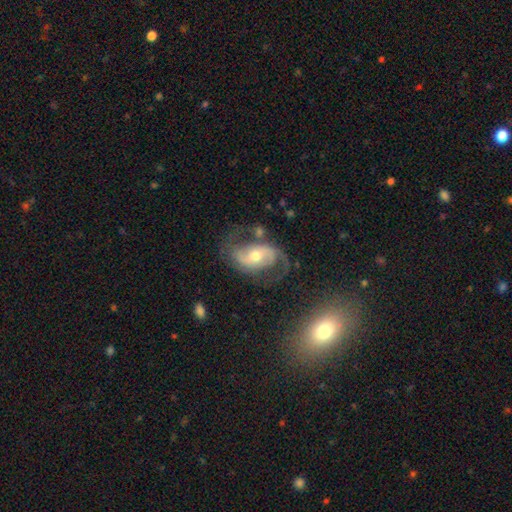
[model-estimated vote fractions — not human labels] featured or disk 82%, smooth 12%, star or artifact 7%. Down the decision tree: edge-on disk — no (96%); bar — no (43%); spiral arms — yes (92%); spiral arm count — 2 (87%); spiral winding — medium (45%); bulge size — moderate (66%); merging — none (60%).